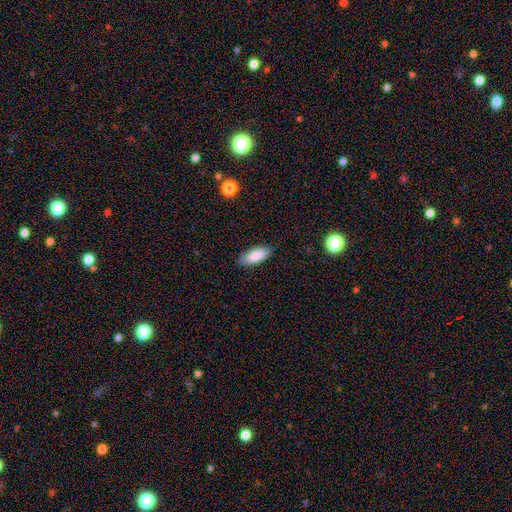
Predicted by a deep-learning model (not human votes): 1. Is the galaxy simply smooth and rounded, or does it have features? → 87% smooth, 7% featured or disk, 6% star or artifact.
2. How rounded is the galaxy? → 85% in between, 13% cigar-shaped, 2% round.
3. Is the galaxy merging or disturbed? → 83% none, 13% minor disturbance, 2% major disturbance, 1% merger.